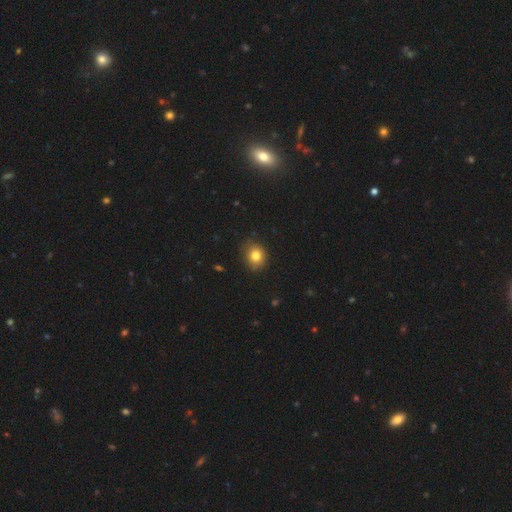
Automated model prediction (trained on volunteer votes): Smooth or featured? smooth (80%)
How rounded? round (68%)
Merging? none (80%)